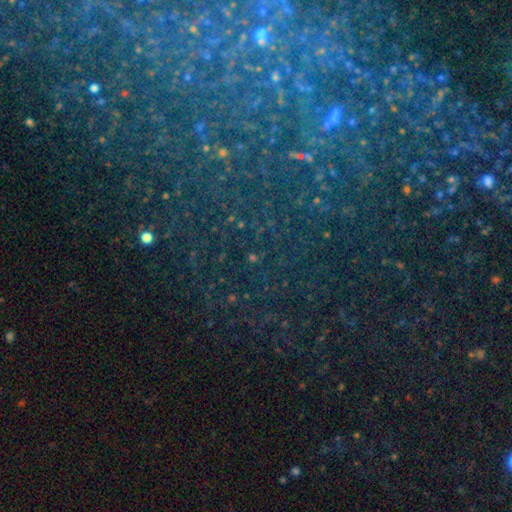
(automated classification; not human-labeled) Smooth or featured? Predicted: star or artifact (p=0.78).